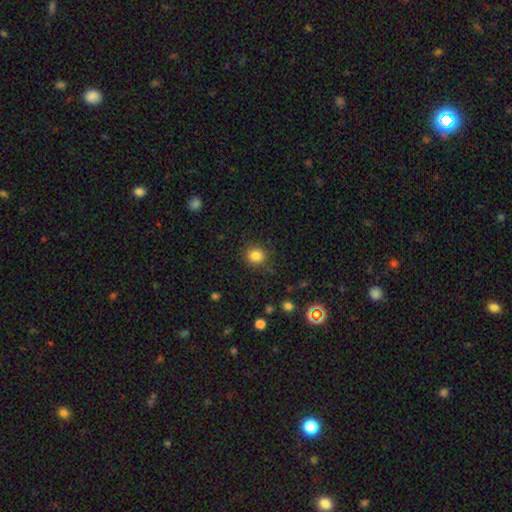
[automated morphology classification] Smooth or featured?
  - smooth: 83% *
  - star or artifact: 12%
  - featured or disk: 5%
How rounded?
  - round: 88% *
  - in between: 11%
  - cigar-shaped: 1%
Merging?
  - none: 87% *
  - minor disturbance: 9%
  - major disturbance: 3%
  - merger: 1%